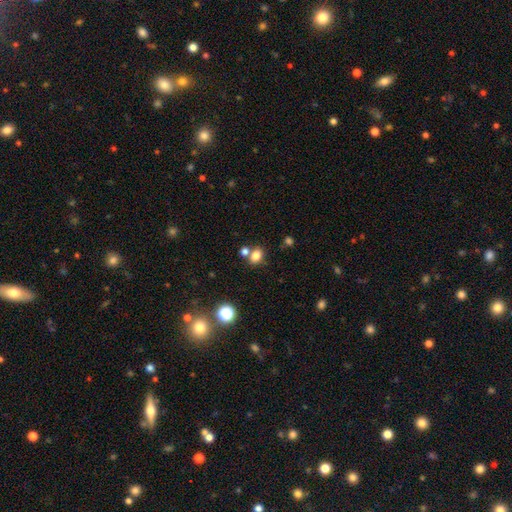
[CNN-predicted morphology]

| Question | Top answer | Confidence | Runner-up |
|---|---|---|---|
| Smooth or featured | smooth | 79% | star or artifact (14%) |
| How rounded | in between | 66% | round (33%) |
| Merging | none | 58% | merger (26%) |